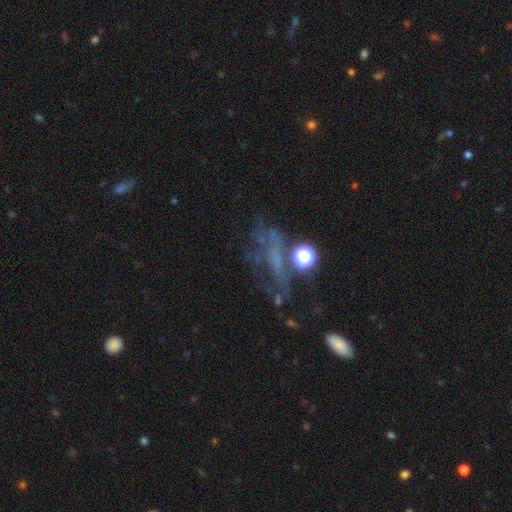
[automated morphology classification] smooth-or-featured: star or artifact: 45% | featured or disk: 35% | smooth: 20%